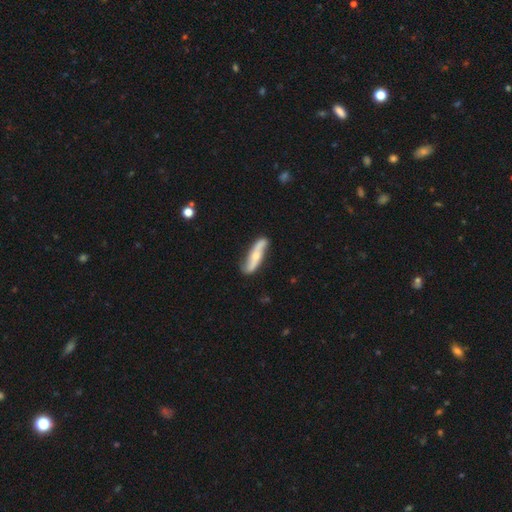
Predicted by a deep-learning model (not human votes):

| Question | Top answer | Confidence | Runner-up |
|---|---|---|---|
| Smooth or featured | featured or disk | 68% | smooth (27%) |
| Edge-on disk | no | 70% | yes (30%) |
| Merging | none | 78% | minor disturbance (16%) |